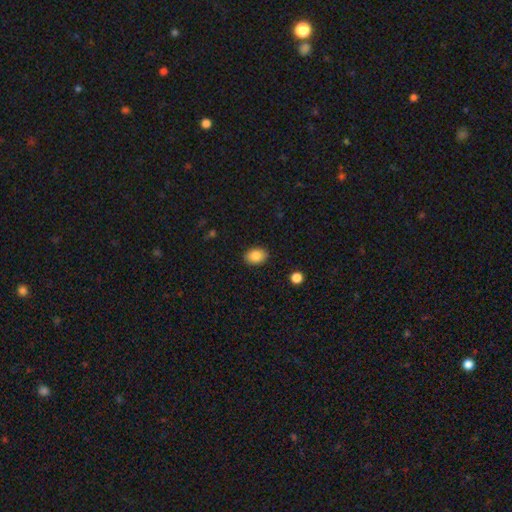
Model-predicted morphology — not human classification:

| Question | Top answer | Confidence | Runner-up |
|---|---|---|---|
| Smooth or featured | smooth | 87% | star or artifact (8%) |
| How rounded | in between | 80% | round (19%) |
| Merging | none | 89% | minor disturbance (8%) |